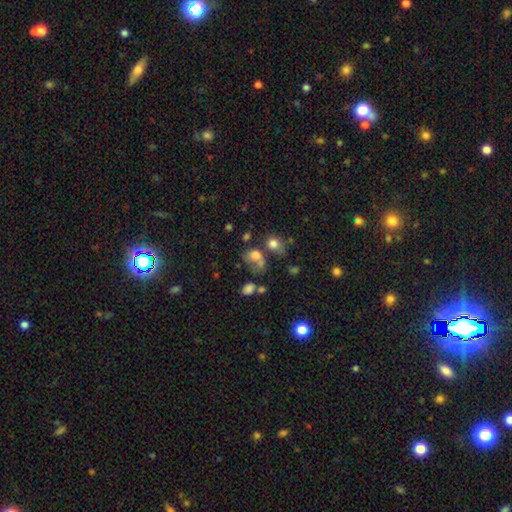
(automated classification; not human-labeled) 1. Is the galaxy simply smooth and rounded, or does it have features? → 68% smooth, 17% featured or disk, 15% star or artifact.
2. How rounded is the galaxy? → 52% round, 47% in between, 1% cigar-shaped.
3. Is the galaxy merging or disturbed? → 34% merger, 30% none, 20% major disturbance, 16% minor disturbance.